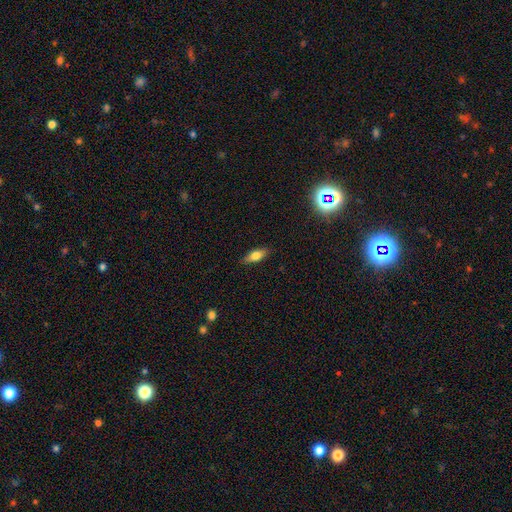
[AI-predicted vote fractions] Morphology: type=smooth (69%); roundness=in between (68%); merging=none (86%).